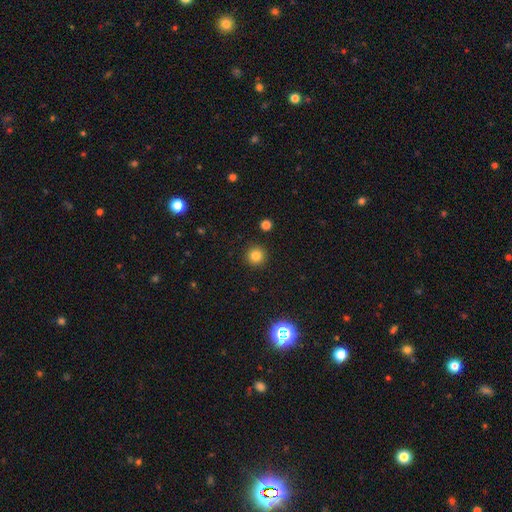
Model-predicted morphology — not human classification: smooth_or_featured: smooth (p=0.82) [alt: star or artifact p=0.13]
how_rounded: round (p=0.96) [alt: in between p=0.03]
merging: none (p=0.93) [alt: minor disturbance p=0.05]